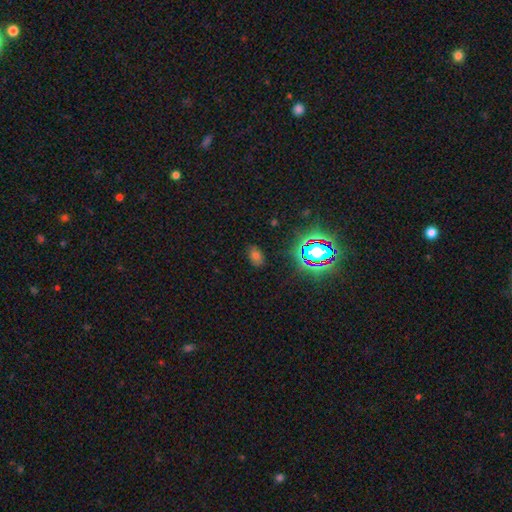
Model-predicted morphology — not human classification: smooth_or_featured: smooth (p=0.55) [alt: star or artifact p=0.35]
how_rounded: in between (p=0.82) [alt: round p=0.16]
merging: none (p=0.82) [alt: minor disturbance p=0.13]